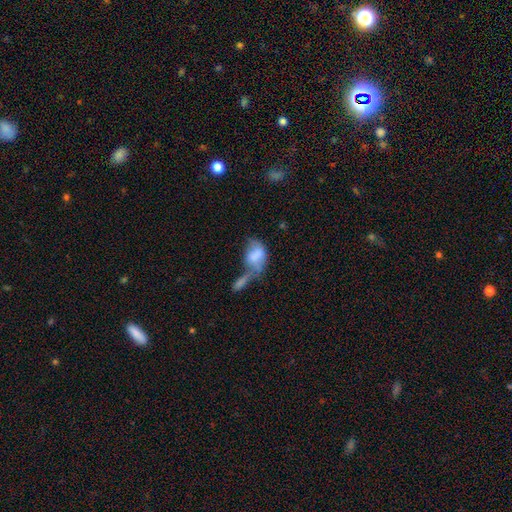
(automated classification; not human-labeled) A smooth galaxy with no disk features (65%) that is in between round and cigar-shaped (84%).

Vote fractions:
- Smooth or featured? smooth: 65% / featured or disk: 26% / star or artifact: 9%
- How rounded? in between: 84% / round: 13% / cigar-shaped: 3%
- Merging? merger: 50% / major disturbance: 24% / none: 14% / minor disturbance: 12%